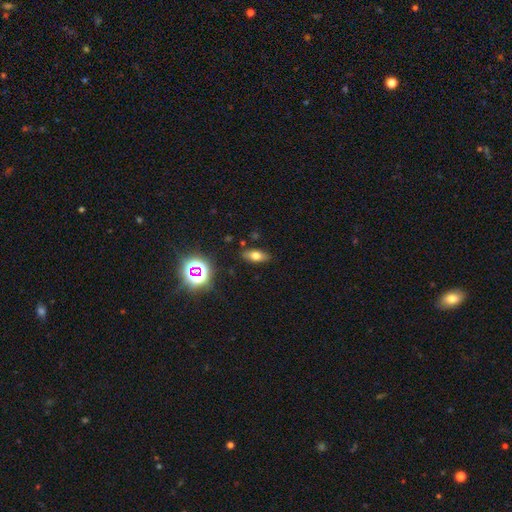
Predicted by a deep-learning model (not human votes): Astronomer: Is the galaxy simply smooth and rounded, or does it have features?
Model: smooth — 65%.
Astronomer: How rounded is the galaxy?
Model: in between — 79%.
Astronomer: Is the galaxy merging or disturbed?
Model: none — 86%.